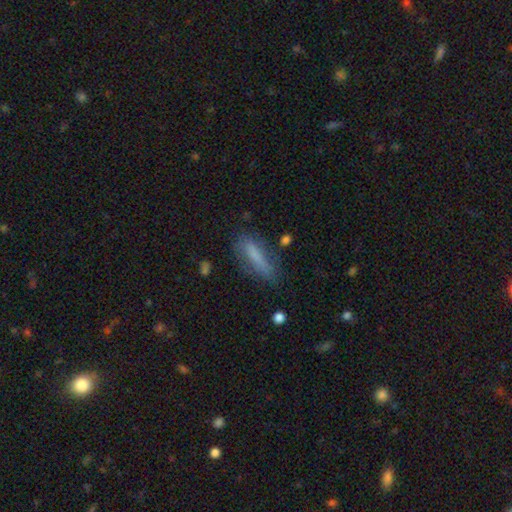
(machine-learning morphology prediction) Smooth or featured?
  - smooth: 73% *
  - featured or disk: 19%
  - star or artifact: 9%
How rounded?
  - cigar-shaped: 66% *
  - in between: 32%
  - round: 2%
Merging?
  - none: 67% *
  - minor disturbance: 22%
  - major disturbance: 8%
  - merger: 3%